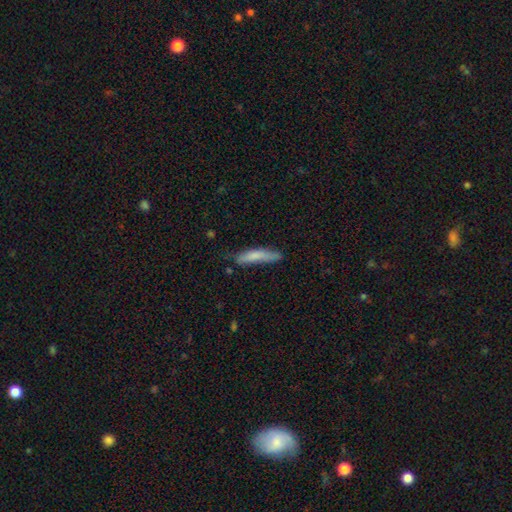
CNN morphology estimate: Smooth or featured? smooth (75%)
How rounded? cigar-shaped (86%)
Merging? none (62%)